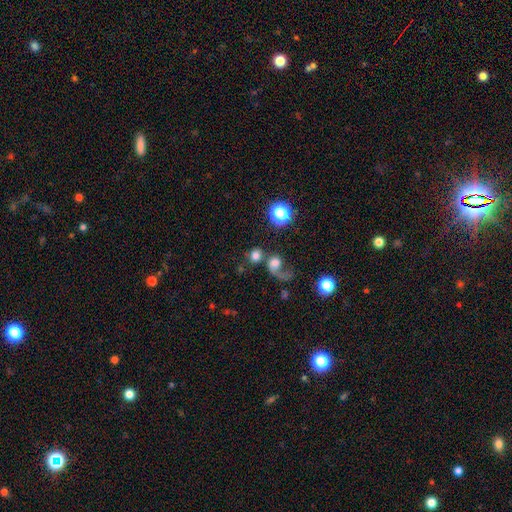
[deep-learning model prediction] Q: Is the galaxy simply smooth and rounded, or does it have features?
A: smooth — 68%.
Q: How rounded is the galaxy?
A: round — 79%.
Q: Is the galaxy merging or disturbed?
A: none — 36%.